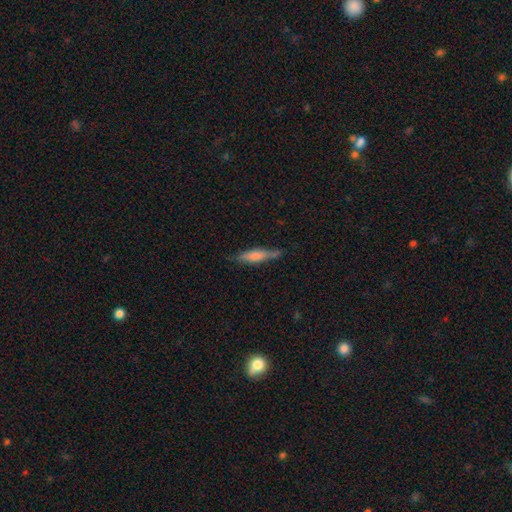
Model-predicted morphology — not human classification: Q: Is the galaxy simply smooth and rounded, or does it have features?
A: smooth — 63%.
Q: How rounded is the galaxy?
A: cigar-shaped — 81%.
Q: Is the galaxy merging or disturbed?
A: none — 73%.